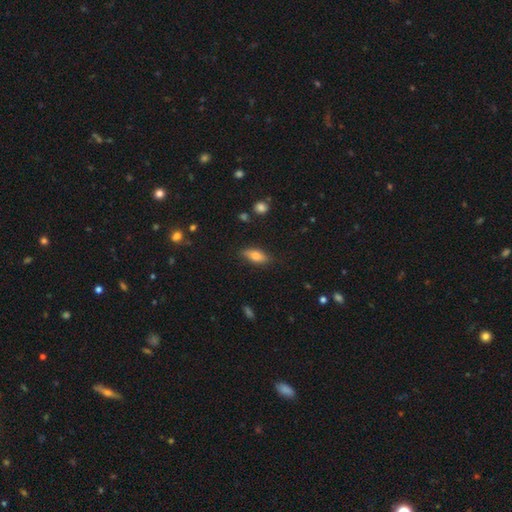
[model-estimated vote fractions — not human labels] A smooth galaxy with no disk features (71%) that is in between round and cigar-shaped (73%). Merging: none (81%).